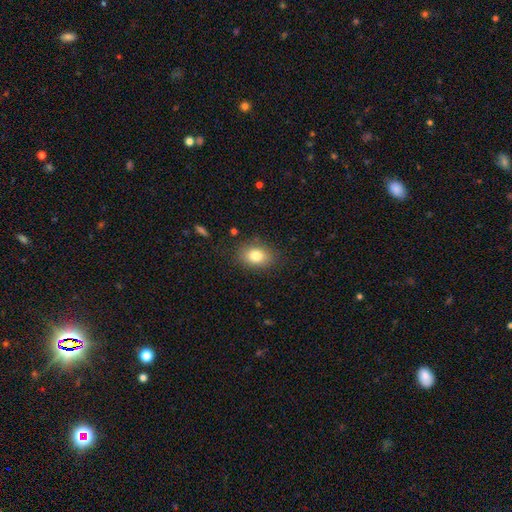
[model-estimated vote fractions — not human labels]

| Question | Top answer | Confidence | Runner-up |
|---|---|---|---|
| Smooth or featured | smooth | 81% | star or artifact (9%) |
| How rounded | in between | 73% | round (26%) |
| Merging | none | 84% | minor disturbance (11%) |